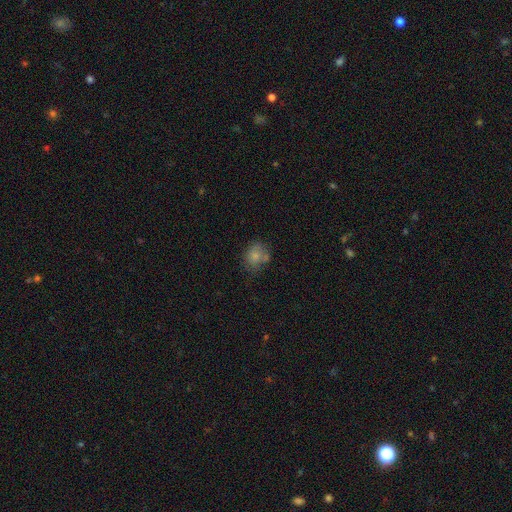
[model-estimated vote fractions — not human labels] Smooth or featured?
  - smooth: 77% *
  - featured or disk: 13%
  - star or artifact: 10%
How rounded?
  - round: 65% *
  - in between: 34%
  - cigar-shaped: 1%
Merging?
  - none: 53% *
  - minor disturbance: 22%
  - merger: 17%
  - major disturbance: 9%